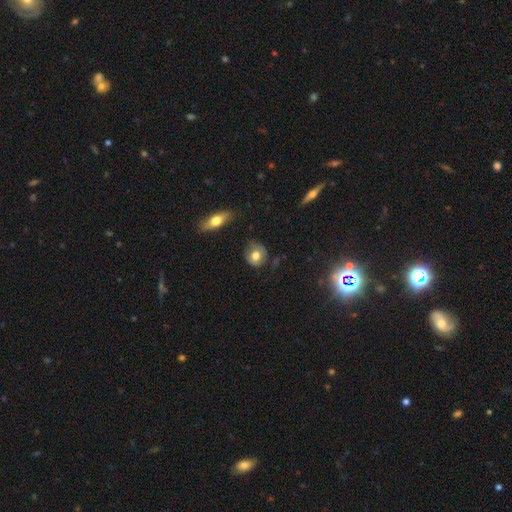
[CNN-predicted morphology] Smooth or featured? smooth (72%)
How rounded? round (79%)
Merging? none (73%)